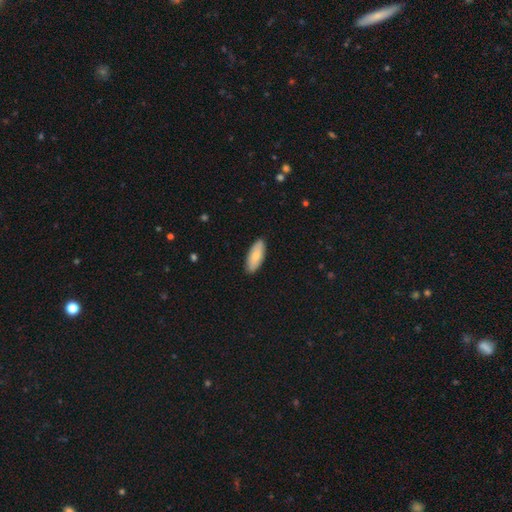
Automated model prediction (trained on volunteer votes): smooth_or_featured: smooth (p=0.79) [alt: featured or disk p=0.15]
how_rounded: in between (p=0.76) [alt: cigar-shaped p=0.22]
merging: none (p=0.89) [alt: minor disturbance p=0.09]